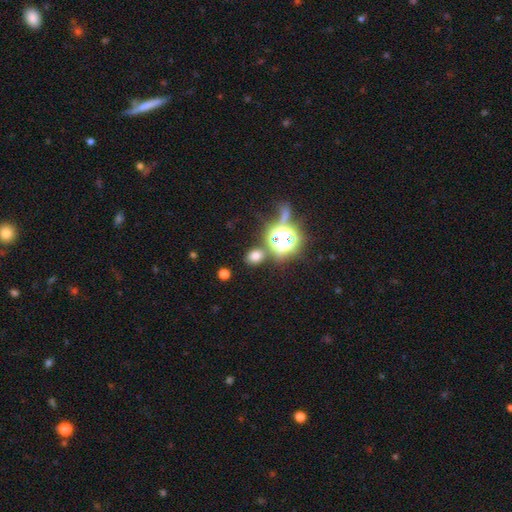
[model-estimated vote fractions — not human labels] A smooth galaxy with no disk features (64%) that is in between round and cigar-shaped (49%, tied with round). Merging: none (79%).